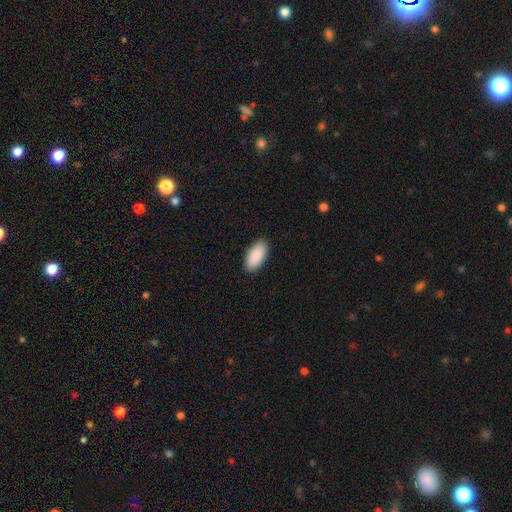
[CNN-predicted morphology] Smooth or featured? smooth (91%)
How rounded? in between (94%)
Merging? none (89%)